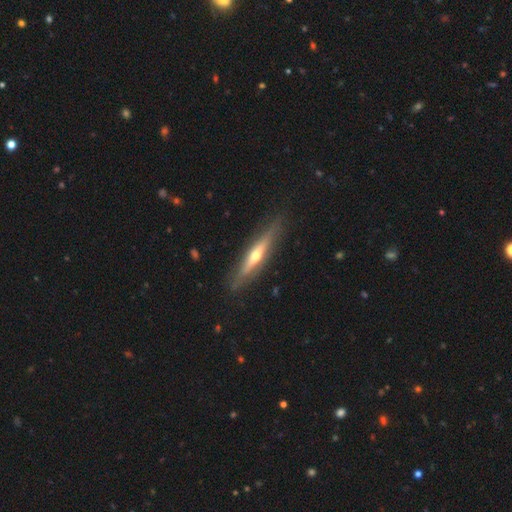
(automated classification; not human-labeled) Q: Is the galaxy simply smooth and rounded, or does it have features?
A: featured or disk — 64%.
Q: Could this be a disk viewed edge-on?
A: yes — 90%.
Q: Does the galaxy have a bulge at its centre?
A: rounded — 86%.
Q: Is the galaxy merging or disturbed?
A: none — 85%.